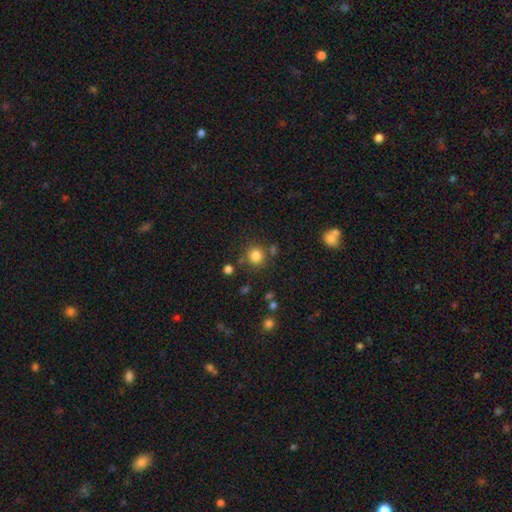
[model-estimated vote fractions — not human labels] Smooth or featured: smooth — 82% (star or artifact — 13%)
How rounded: round — 91% (in between — 8%)
Merging: none — 80% (minor disturbance — 9%)